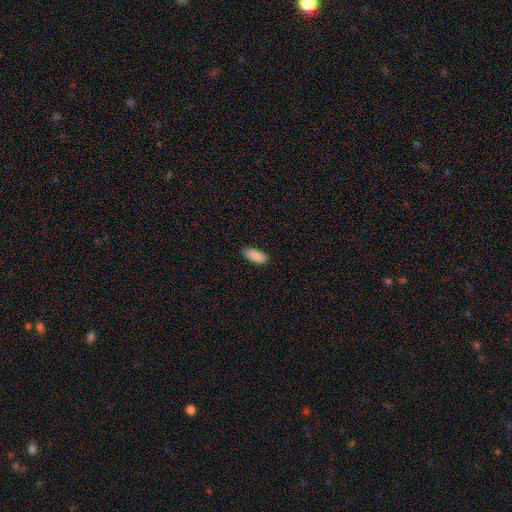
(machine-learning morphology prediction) This appears to be a smooth galaxy with no disk features (89%) that is in between round and cigar-shaped (89%). Merging: none (86%).